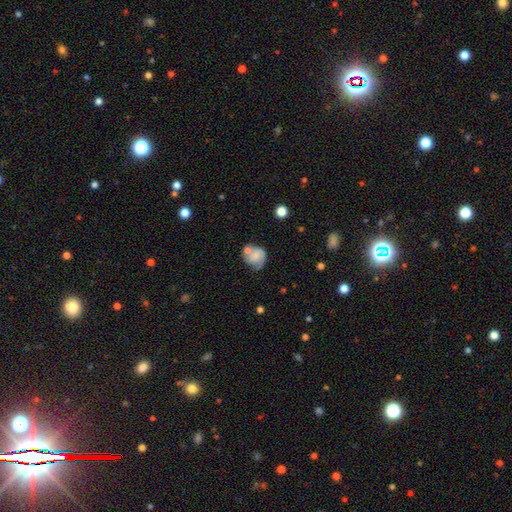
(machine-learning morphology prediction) Smooth or featured?
  - smooth: 61% *
  - featured or disk: 31%
  - star or artifact: 8%
How rounded?
  - round: 69% *
  - in between: 30%
  - cigar-shaped: 1%
Merging?
  - none: 39% *
  - merger: 28%
  - minor disturbance: 23%
  - major disturbance: 10%